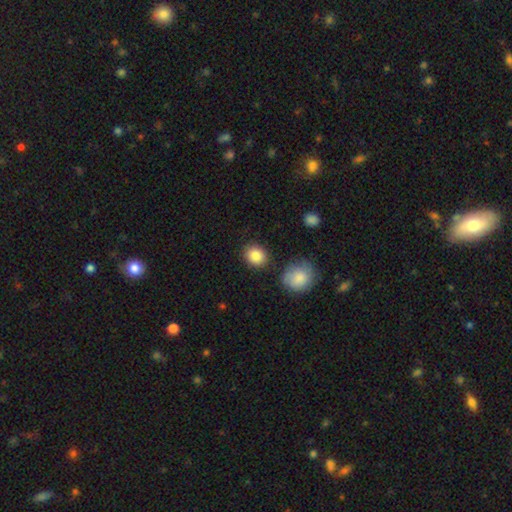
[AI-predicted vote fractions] smooth-or-featured: smooth: 86% | star or artifact: 8% | featured or disk: 6%
  how-rounded: round: 68% | in between: 31% | cigar-shaped: 1%
  merging: none: 84% | minor disturbance: 9% | merger: 4% | major disturbance: 3%